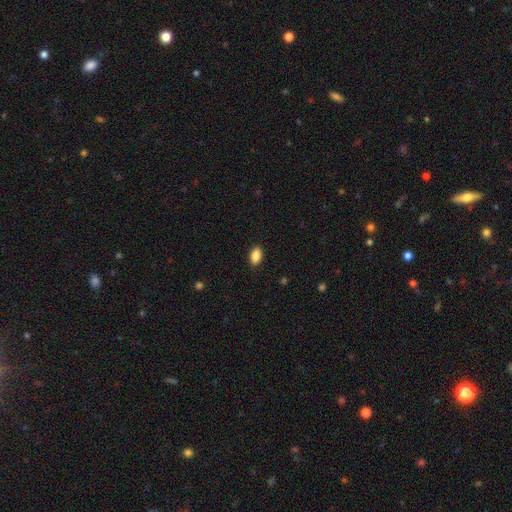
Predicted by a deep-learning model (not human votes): Smooth or featured? Predicted: smooth (p=0.88). How rounded? Predicted: in between (p=0.92). Merging? Predicted: none (p=0.89).